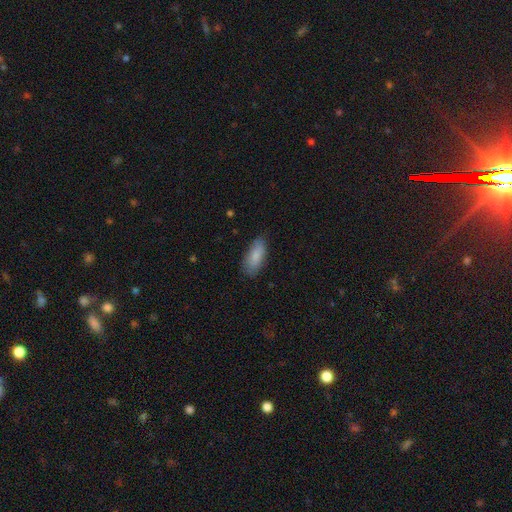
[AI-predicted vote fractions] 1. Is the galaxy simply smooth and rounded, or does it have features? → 86% smooth, 8% featured or disk, 6% star or artifact.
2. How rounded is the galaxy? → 81% in between, 17% cigar-shaped, 2% round.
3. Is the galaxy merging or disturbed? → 81% none, 15% minor disturbance, 3% major disturbance, 1% merger.